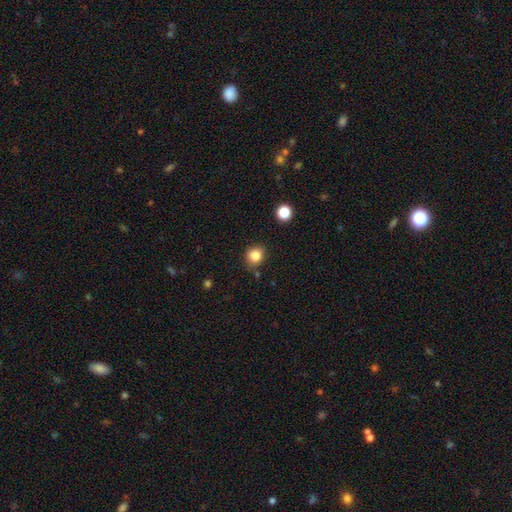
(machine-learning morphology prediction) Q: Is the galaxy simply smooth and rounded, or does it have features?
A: smooth — 84%.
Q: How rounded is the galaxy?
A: round — 80%.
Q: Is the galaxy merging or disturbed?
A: none — 79%.